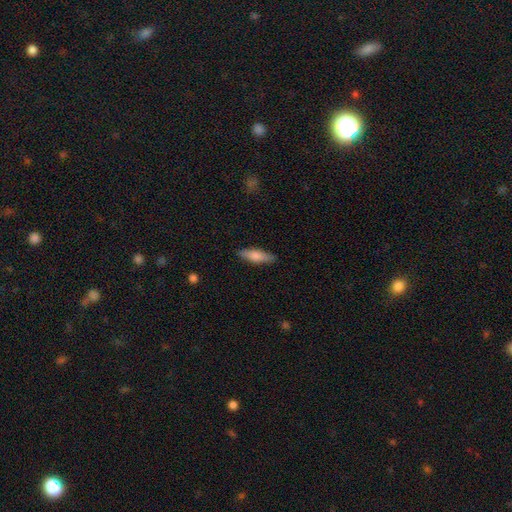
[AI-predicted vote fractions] Smooth or featured: smooth — 76% (featured or disk — 18%)
How rounded: cigar-shaped — 53% (in between — 45%)
Merging: none — 86% (minor disturbance — 11%)